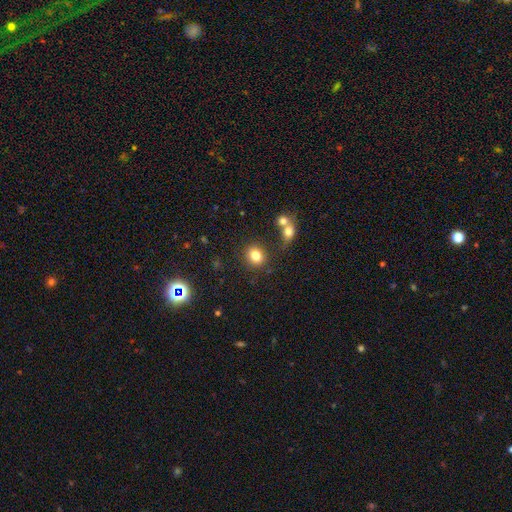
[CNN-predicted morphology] The model was most divided on "how rounded": round: 70%, in between: 29%, cigar-shaped: 1%. More confident: smooth or featured — smooth (81%); merging — none (79%).